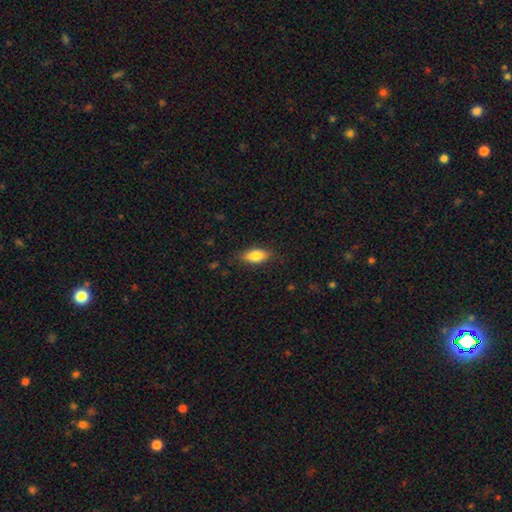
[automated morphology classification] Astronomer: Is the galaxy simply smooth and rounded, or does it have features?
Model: smooth — 79%.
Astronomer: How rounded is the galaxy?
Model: in between — 82%.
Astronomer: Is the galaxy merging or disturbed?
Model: none — 81%.